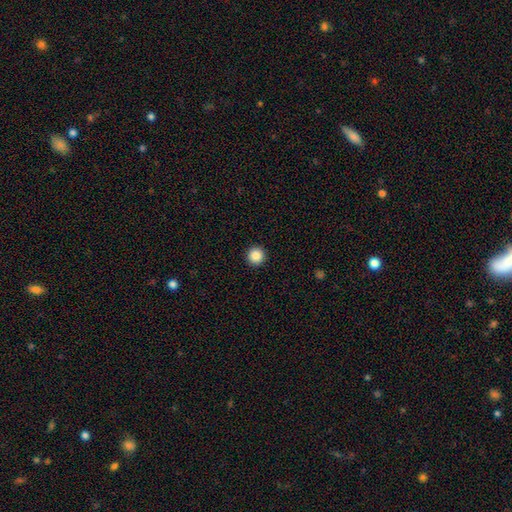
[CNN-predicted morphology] The model was most divided on "smooth or featured": smooth: 87%, star or artifact: 10%, featured or disk: 3%. More confident: how rounded — round (96%); merging — none (94%).